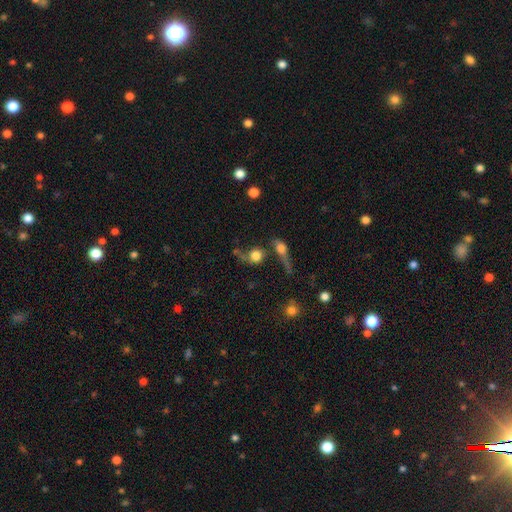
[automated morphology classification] Smooth or featured: smooth — 64% (featured or disk — 22%)
How rounded: round — 80% (in between — 17%)
Merging: none — 37% (merger — 33%)